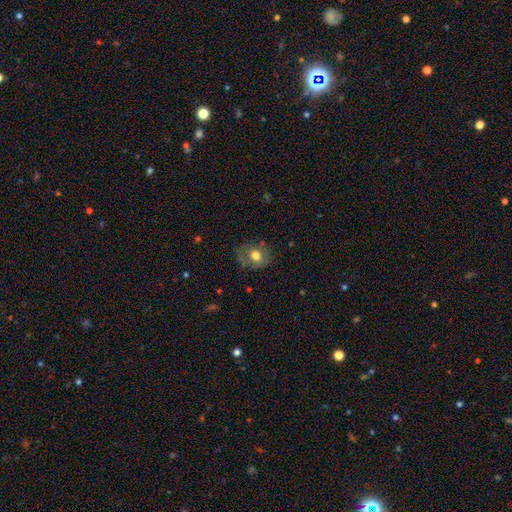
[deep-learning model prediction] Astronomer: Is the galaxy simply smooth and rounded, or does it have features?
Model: smooth — 69%.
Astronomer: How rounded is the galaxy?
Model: round — 57% (runner-up: in between, 42%).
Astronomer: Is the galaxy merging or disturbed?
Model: none — 67%.